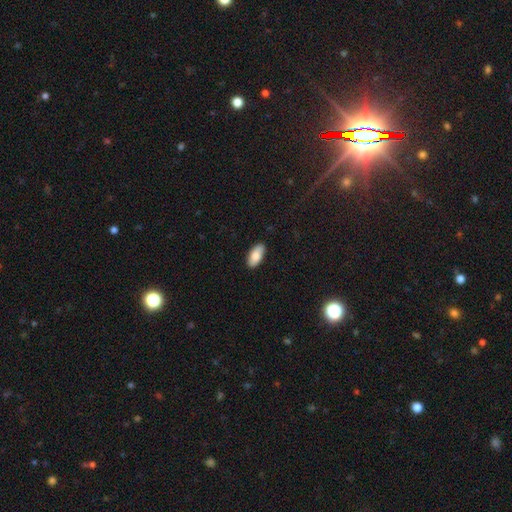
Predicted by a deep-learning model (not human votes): Morphology: type=smooth (84%); roundness=in between (91%); merging=none (88%).